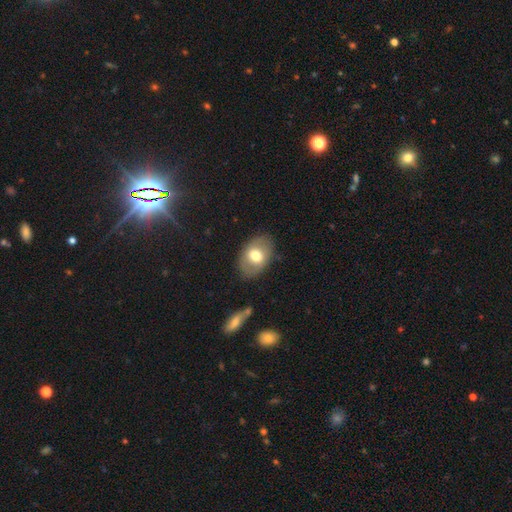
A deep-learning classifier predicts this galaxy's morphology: smooth 63%, featured or disk 30%, star or artifact 7%. Down the decision tree: how rounded — in between (81%); merging — none (79%).